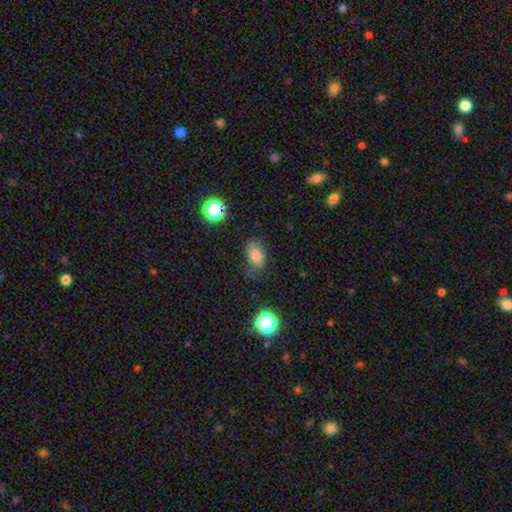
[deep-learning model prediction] smooth_or_featured: smooth (p=0.77) [alt: star or artifact p=0.12]
how_rounded: in between (p=0.86) [alt: round p=0.12]
merging: none (p=0.64) [alt: minor disturbance p=0.25]